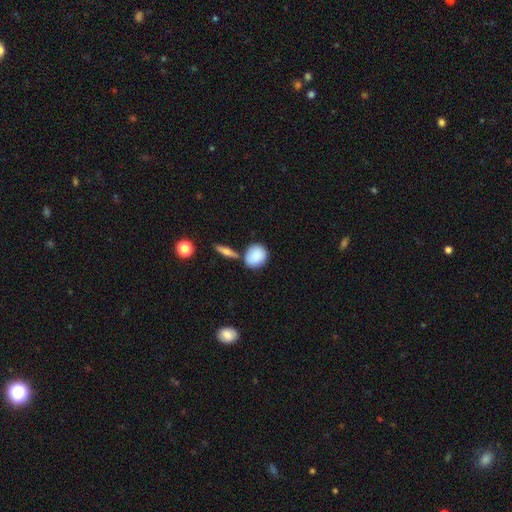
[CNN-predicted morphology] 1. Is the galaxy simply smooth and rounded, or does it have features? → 87% smooth, 7% featured or disk, 7% star or artifact.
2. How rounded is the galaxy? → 60% round, 38% in between, 2% cigar-shaped.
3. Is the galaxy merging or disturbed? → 67% none, 15% minor disturbance, 14% merger, 4% major disturbance.